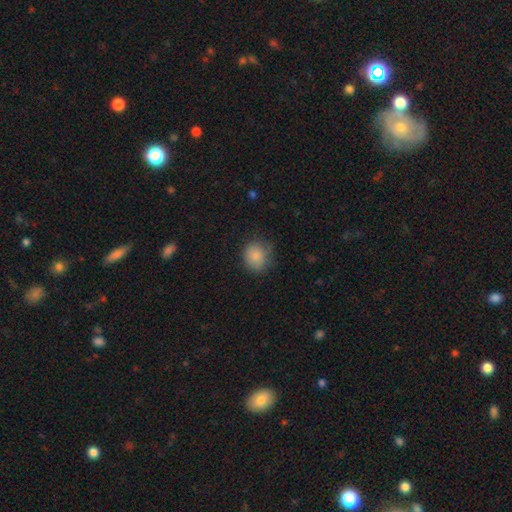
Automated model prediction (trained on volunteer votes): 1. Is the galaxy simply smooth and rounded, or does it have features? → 84% smooth, 9% star or artifact, 7% featured or disk.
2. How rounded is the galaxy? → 80% round, 19% in between, 1% cigar-shaped.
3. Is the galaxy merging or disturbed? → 72% none, 21% minor disturbance, 6% major disturbance, 1% merger.